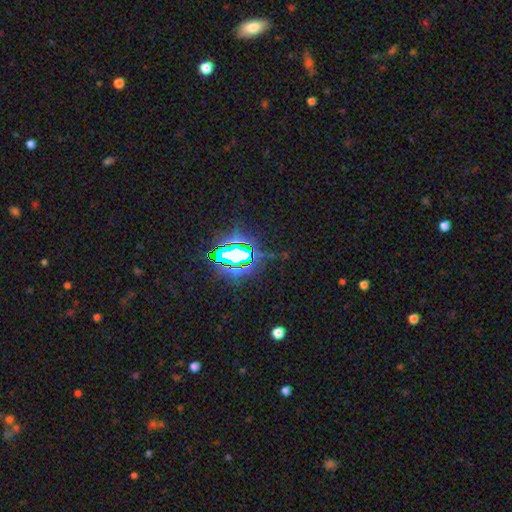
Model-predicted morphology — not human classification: Q: Smooth or featured?
A: star or artifact (77%); runner-up: smooth (13%)